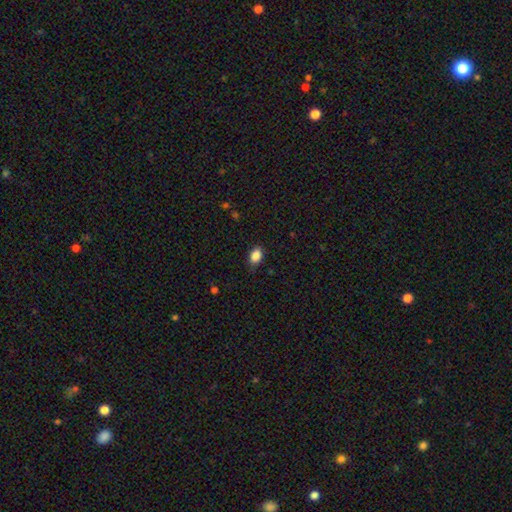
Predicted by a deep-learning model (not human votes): Morphology: type=smooth (88%); roundness=in between (84%); merging=none (85%).